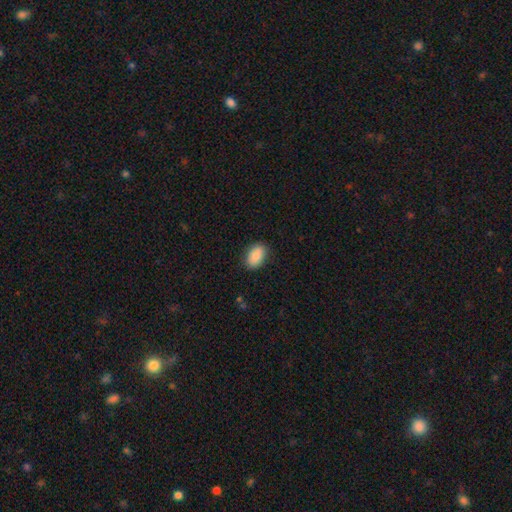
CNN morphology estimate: Smooth or featured?
  - smooth: 88% *
  - star or artifact: 7%
  - featured or disk: 5%
How rounded?
  - in between: 89% *
  - round: 10%
  - cigar-shaped: 1%
Merging?
  - none: 87% *
  - minor disturbance: 10%
  - major disturbance: 2%
  - merger: 1%